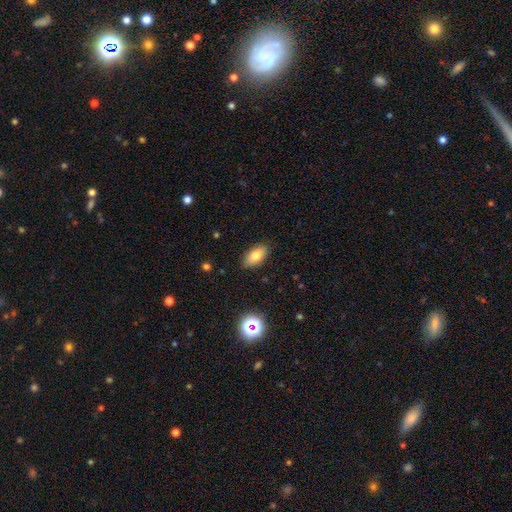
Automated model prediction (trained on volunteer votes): Smooth or featured: smooth — 78% (featured or disk — 13%)
How rounded: in between — 89% (cigar-shaped — 7%)
Merging: none — 87% (minor disturbance — 10%)